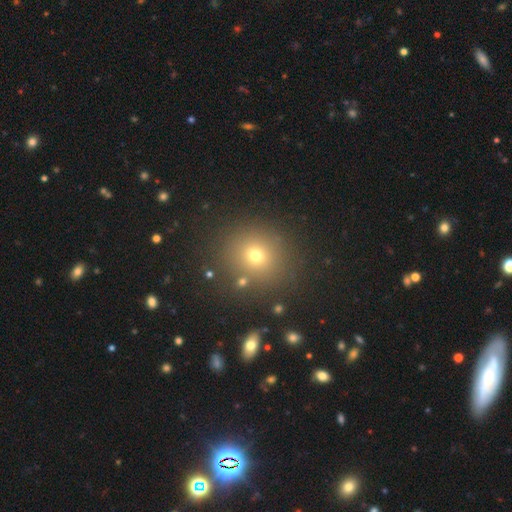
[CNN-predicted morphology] Q: Smooth or featured?
A: smooth (69%); runner-up: star or artifact (20%)
Q: How rounded?
A: round (85%); runner-up: in between (14%)
Q: Merging?
A: none (85%); runner-up: minor disturbance (8%)